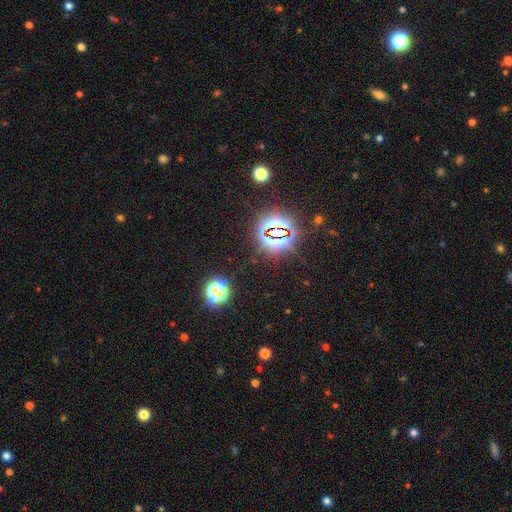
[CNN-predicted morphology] A star or artifact, not a galaxy (82%).